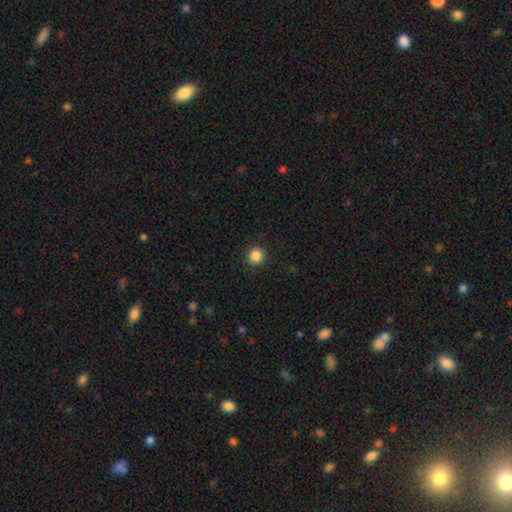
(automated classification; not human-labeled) Smooth or featured? smooth (86%)
How rounded? round (94%)
Merging? none (92%)